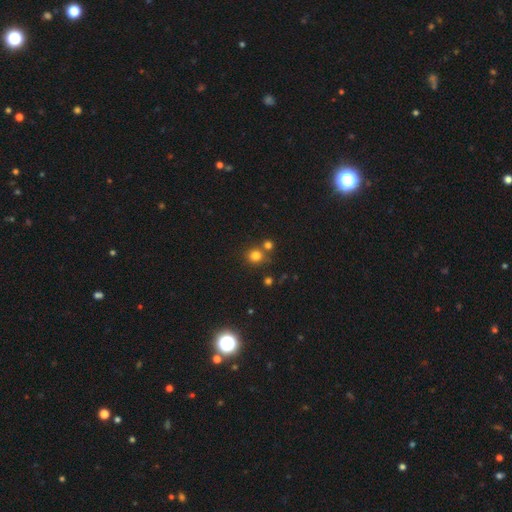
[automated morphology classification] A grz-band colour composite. It shows a smooth galaxy with no disk features (79%) that is round (88%). Merging: none (68%).